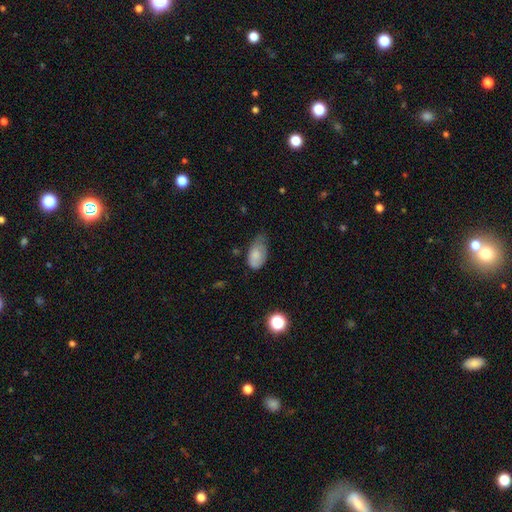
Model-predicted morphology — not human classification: smooth 78%, featured or disk 14%, star or artifact 7%. Down the decision tree: how rounded — in between (92%); merging — minor disturbance (48%).